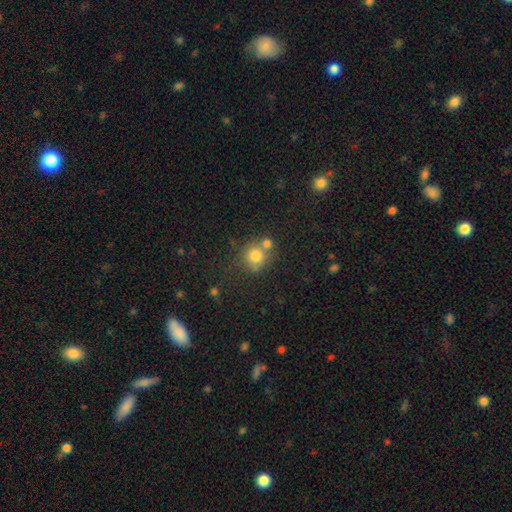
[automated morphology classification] A smooth galaxy with no disk features (77%) that is round (87%). Merging: none (52%).